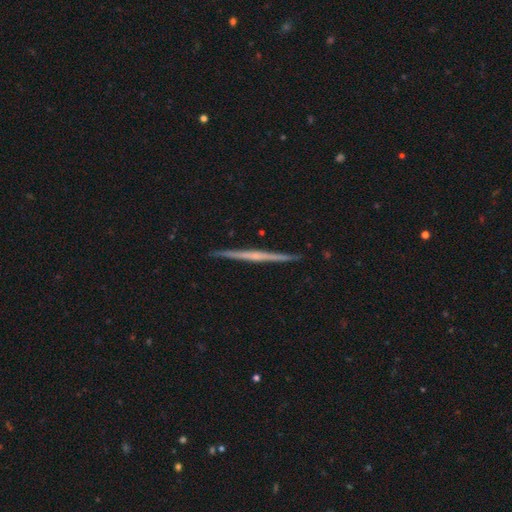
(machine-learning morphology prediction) A featured or disk galaxy (73%) viewed edge-on (98%) with no central bulge (66%).

Vote fractions:
- Smooth or featured? featured or disk: 73% / smooth: 22% / star or artifact: 5%
- Edge-on disk? yes: 98% / no: 2%
- Edge-on bulge? none: 66% / rounded: 27% / boxy: 8%
- Merging? none: 92% / minor disturbance: 5% / major disturbance: 1% / merger: 1%